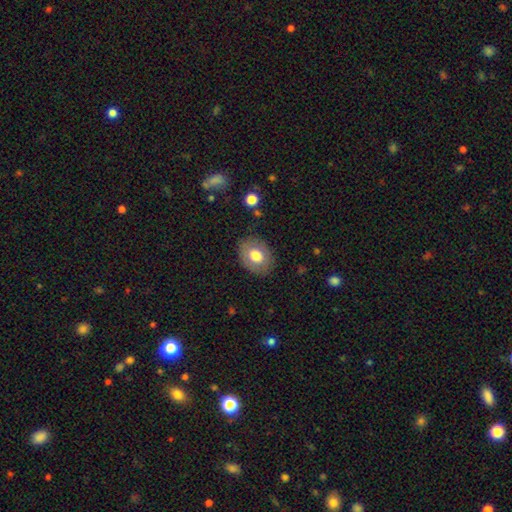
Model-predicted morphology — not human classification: Smooth or featured?
  - smooth: 71% *
  - featured or disk: 22%
  - star or artifact: 8%
How rounded?
  - in between: 63% *
  - round: 36%
  - cigar-shaped: 1%
Merging?
  - none: 82% *
  - minor disturbance: 12%
  - major disturbance: 4%
  - merger: 1%